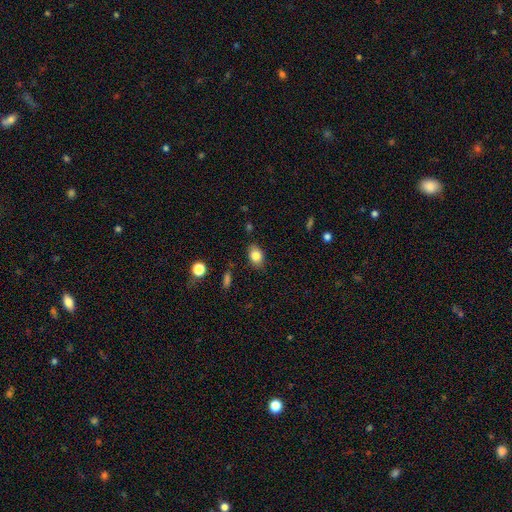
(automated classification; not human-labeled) Q: Smooth or featured?
A: smooth (82%); runner-up: star or artifact (9%)
Q: How rounded?
A: in between (80%); runner-up: round (18%)
Q: Merging?
A: none (83%); runner-up: minor disturbance (12%)